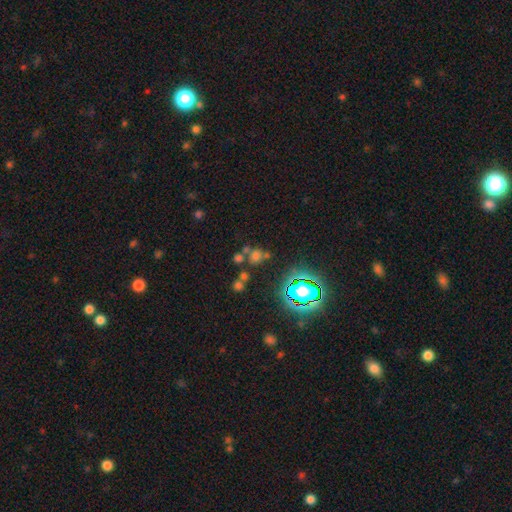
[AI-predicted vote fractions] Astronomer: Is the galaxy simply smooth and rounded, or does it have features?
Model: smooth — 47% (runner-up: star or artifact, 41%).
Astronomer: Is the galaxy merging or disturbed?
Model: none — 54%.